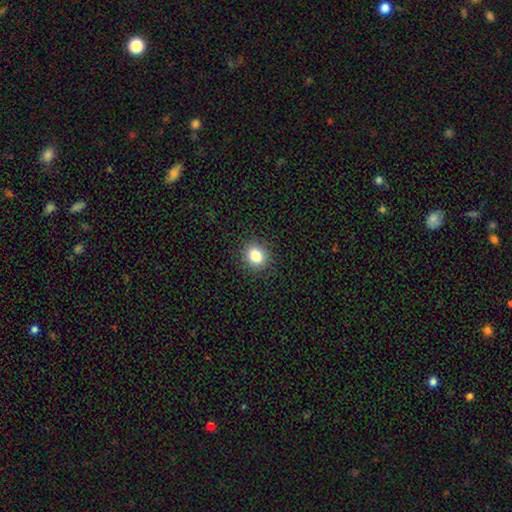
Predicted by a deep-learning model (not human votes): smooth_or_featured: smooth (p=0.83) [alt: star or artifact p=0.11]
how_rounded: round (p=0.70) [alt: in between p=0.29]
merging: none (p=0.90) [alt: minor disturbance p=0.07]